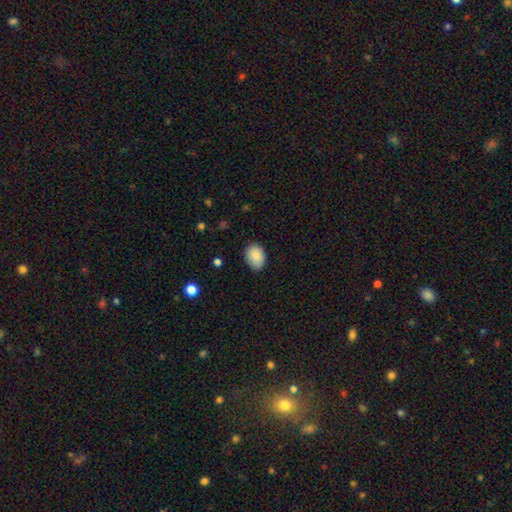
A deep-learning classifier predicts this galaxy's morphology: Smooth or featured: smooth — 88% (star or artifact — 7%)
How rounded: in between — 73% (round — 26%)
Merging: none — 81% (minor disturbance — 15%)